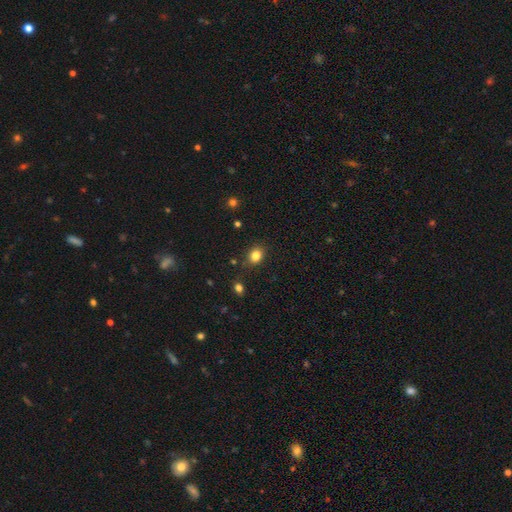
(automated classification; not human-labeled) smooth-or-featured: smooth: 83% | star or artifact: 12% | featured or disk: 5%
  how-rounded: round: 56% | in between: 43% | cigar-shaped: 1%
  merging: none: 83% | minor disturbance: 12% | major disturbance: 3% | merger: 3%